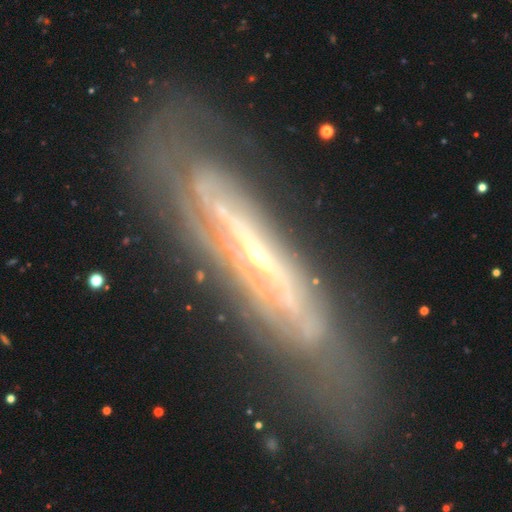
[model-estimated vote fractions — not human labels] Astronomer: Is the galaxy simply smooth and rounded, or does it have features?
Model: featured or disk — 80%.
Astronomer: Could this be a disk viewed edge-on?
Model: yes — 57% (runner-up: no, 43%).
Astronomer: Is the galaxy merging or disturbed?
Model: none — 70%.